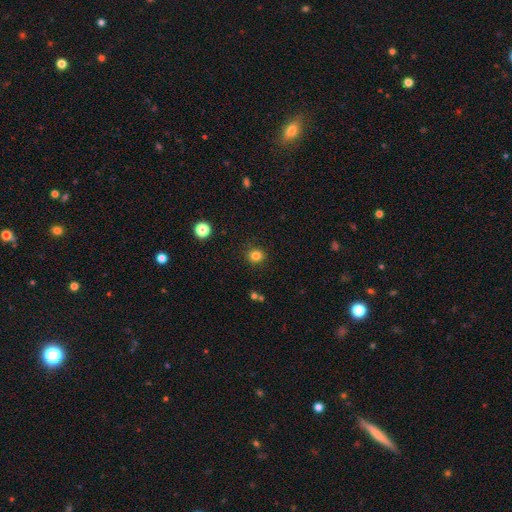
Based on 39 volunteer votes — A smooth galaxy with no disk features (90%) that is round (80%).

Vote fractions:
- Smooth or featured? smooth: 90% / featured or disk: 5% / star or artifact: 5%
- How rounded? round: 80% / in between: 20% / cigar-shaped: 0%
- Merging? none: 86% / minor disturbance: 8% / major disturbance: 3% / merger: 3%